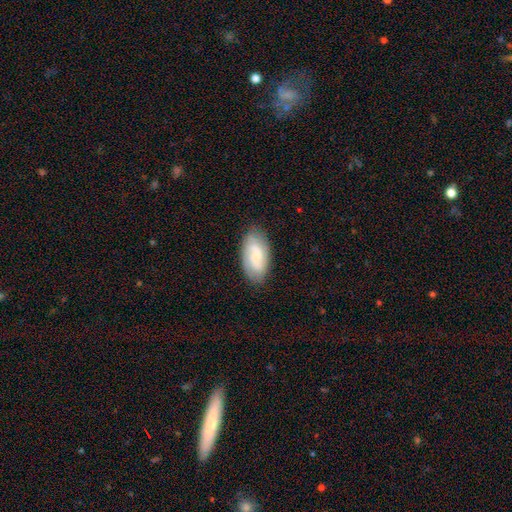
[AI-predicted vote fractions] The model was most divided on "bar": no: 46%, weak: 45%, strong: 9%. Remaining: edge-on disk — no (96%); spiral arms — yes (92%); merging — none (80%); spiral arm count — 2 (63%); smooth or featured — featured or disk (59%); spiral winding — medium (44%); bulge size — small (43%).